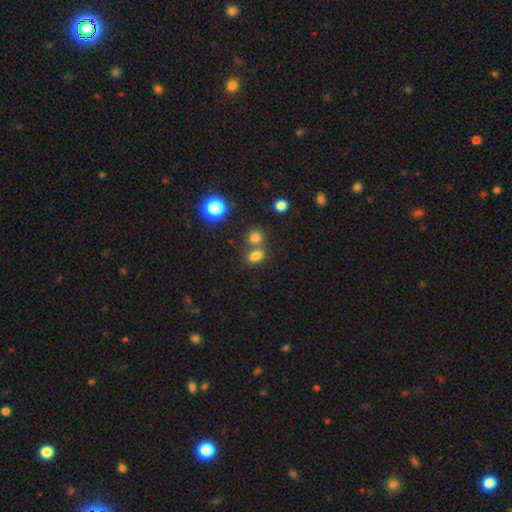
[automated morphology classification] The model was most divided on "merging": none: 53%, merger: 33%, minor disturbance: 10%, major disturbance: 4%. More confident: smooth or featured — smooth (77%); how rounded — in between (64%).